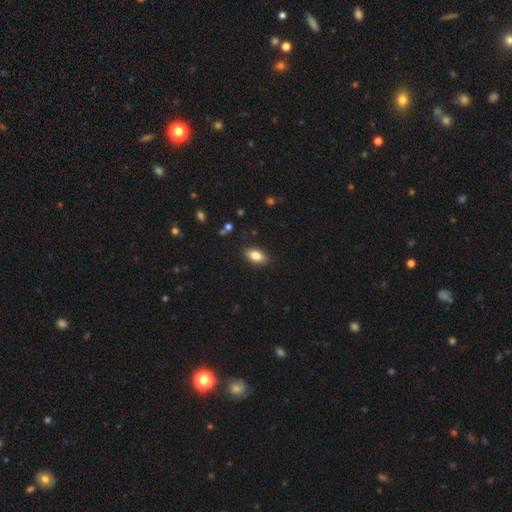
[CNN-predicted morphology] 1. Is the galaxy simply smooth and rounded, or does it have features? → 85% smooth, 8% star or artifact, 7% featured or disk.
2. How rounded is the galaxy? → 90% in between, 5% round, 5% cigar-shaped.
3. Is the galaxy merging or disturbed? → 87% none, 10% minor disturbance, 2% major disturbance, 1% merger.